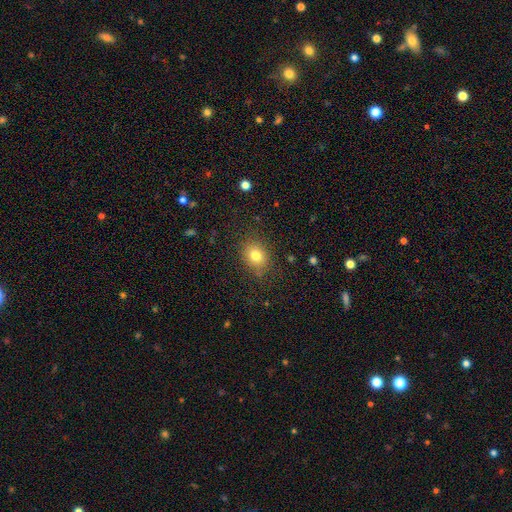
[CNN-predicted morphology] Overall: smooth (79%). How rounded: round (56%; in between 43%). Merging: none (84%).